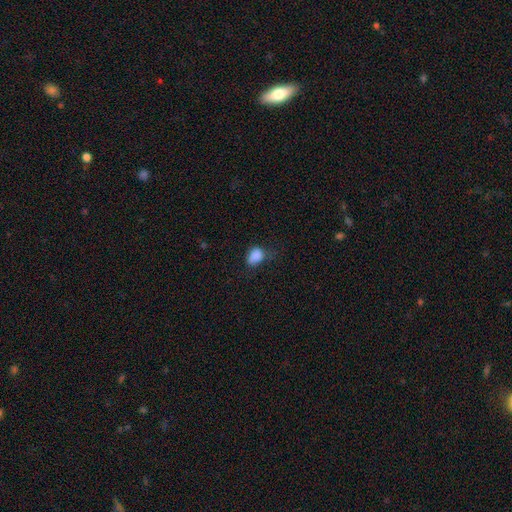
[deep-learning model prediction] Smooth or featured: smooth — 83% (star or artifact — 10%)
How rounded: in between — 72% (round — 27%)
Merging: none — 39% (minor disturbance — 38%)